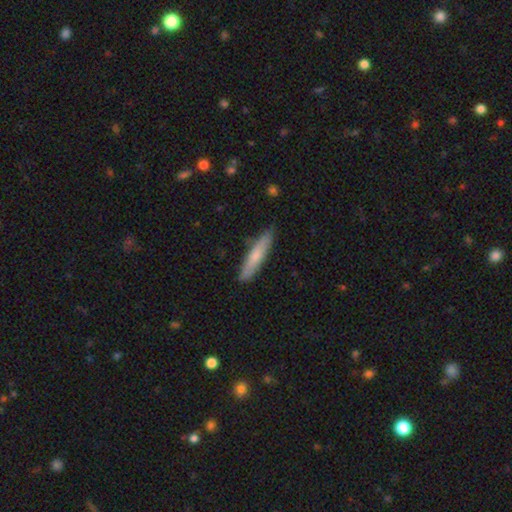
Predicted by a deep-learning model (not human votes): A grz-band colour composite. It shows a smooth galaxy with no disk features (68%) that is cigar-shaped (87%). Merging: none (84%).